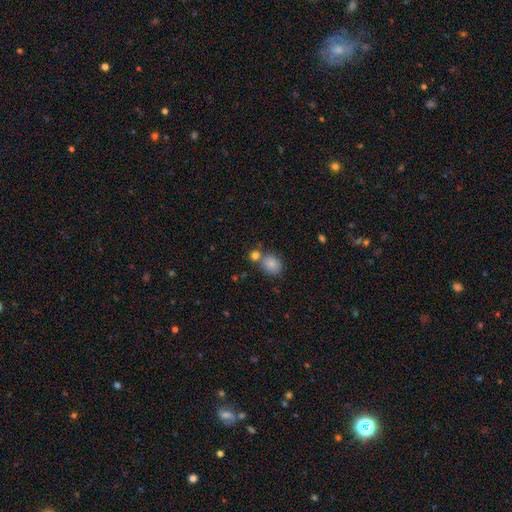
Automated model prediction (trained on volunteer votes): A smooth galaxy with no disk features (82%) that is round (67%). Merging: none (57%).